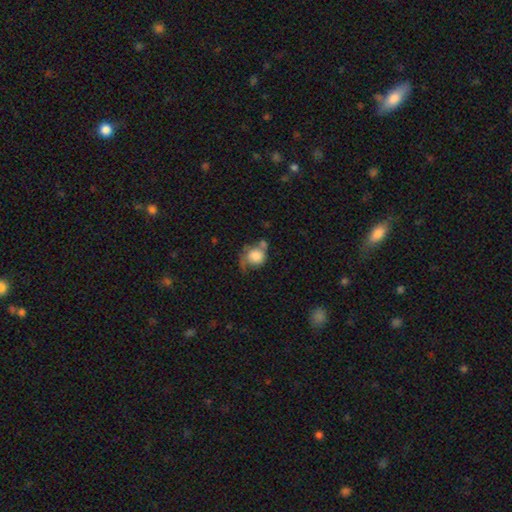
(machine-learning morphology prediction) smooth-or-featured: smooth: 70% | featured or disk: 21% | star or artifact: 8%
  how-rounded: round: 70% | in between: 29% | cigar-shaped: 1%
  merging: none: 28% | major disturbance: 27% | minor disturbance: 26% | merger: 19%